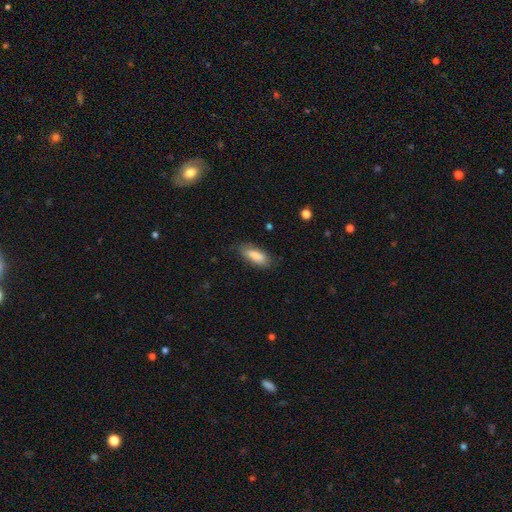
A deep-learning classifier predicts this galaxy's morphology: This is likely a smooth galaxy (79%). How rounded: likely in between (74%). Merging: likely none (77%).